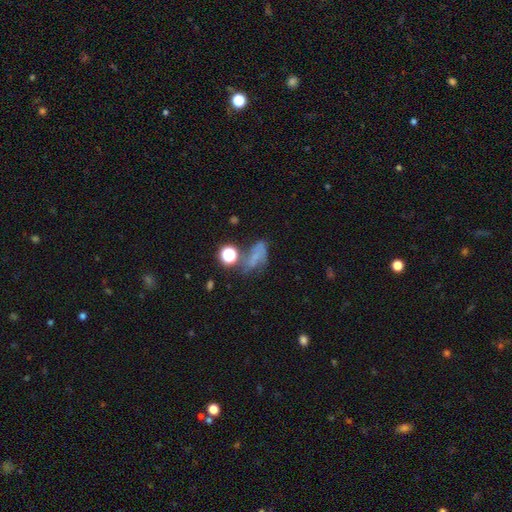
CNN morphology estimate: Smooth or featured? smooth (41%)
Merging? none (38%)